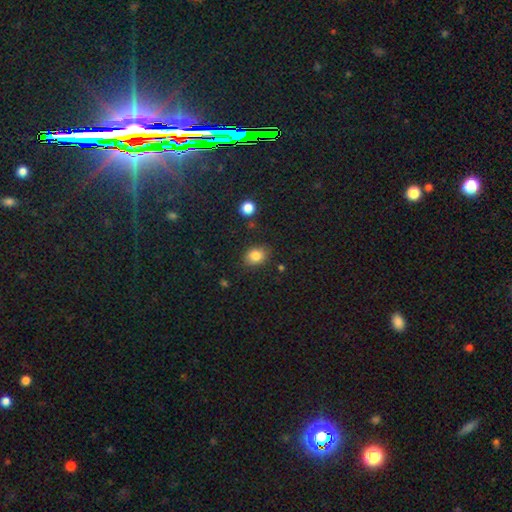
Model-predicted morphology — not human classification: smooth 83%, star or artifact 10%, featured or disk 7%. Down the decision tree: how rounded — in between (52%); merging — none (83%).